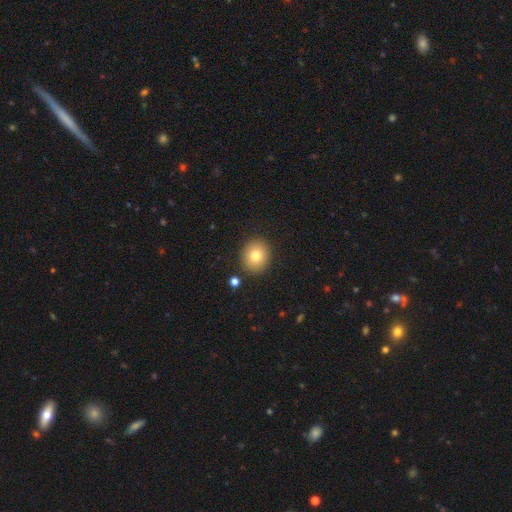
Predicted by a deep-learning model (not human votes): A smooth galaxy with no disk features (79%) that is round (79%).

Vote fractions:
- Smooth or featured? smooth: 79% / featured or disk: 11% / star or artifact: 10%
- How rounded? round: 79% / in between: 20% / cigar-shaped: 1%
- Merging? none: 88% / minor disturbance: 7% / merger: 2% / major disturbance: 2%